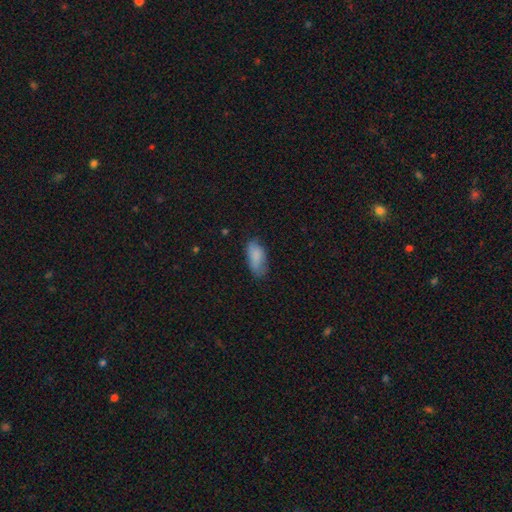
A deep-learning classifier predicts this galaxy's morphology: A smooth galaxy with no disk features (84%) that is in between round and cigar-shaped (90%).

Vote fractions:
- Smooth or featured? smooth: 84% / featured or disk: 9% / star or artifact: 8%
- How rounded? in between: 90% / cigar-shaped: 8% / round: 3%
- Merging? none: 57% / minor disturbance: 31% / major disturbance: 9% / merger: 2%